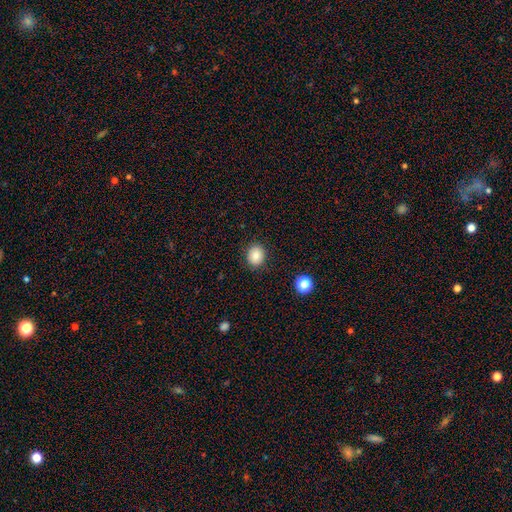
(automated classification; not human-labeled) Overall: smooth (83%). How rounded: round (69%; in between 30%). Merging: none (89%).